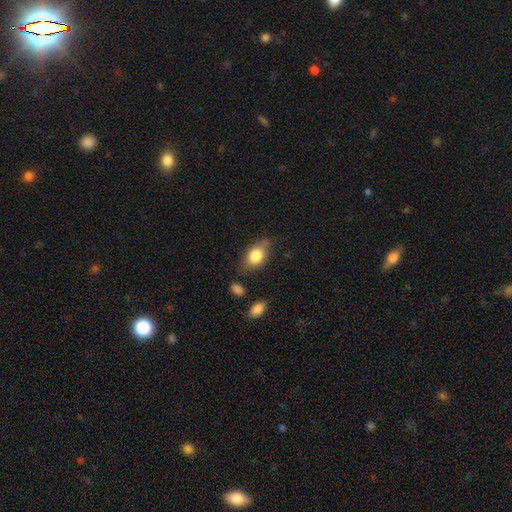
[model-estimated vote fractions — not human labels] smooth-or-featured: smooth: 79% | featured or disk: 13% | star or artifact: 8%
  how-rounded: in between: 81% | round: 16% | cigar-shaped: 3%
  merging: none: 68% | minor disturbance: 23% | major disturbance: 6% | merger: 4%